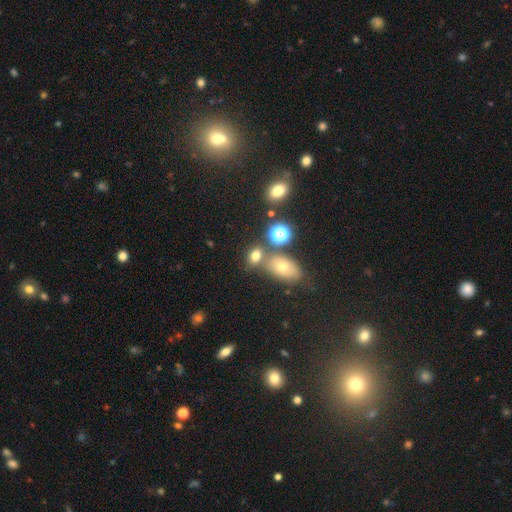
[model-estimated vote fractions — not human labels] Overall: smooth (68%). How rounded: in between (70%). Merging: none (58%; merger 25%).